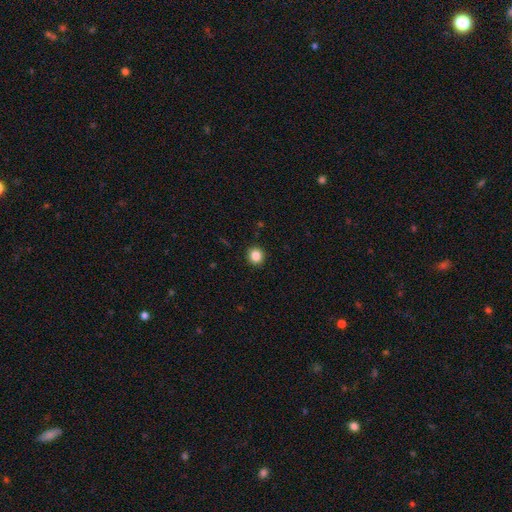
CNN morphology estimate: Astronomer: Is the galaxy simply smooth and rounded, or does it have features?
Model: smooth — 85%.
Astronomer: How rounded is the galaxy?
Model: round — 90%.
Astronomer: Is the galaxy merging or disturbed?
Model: none — 92%.